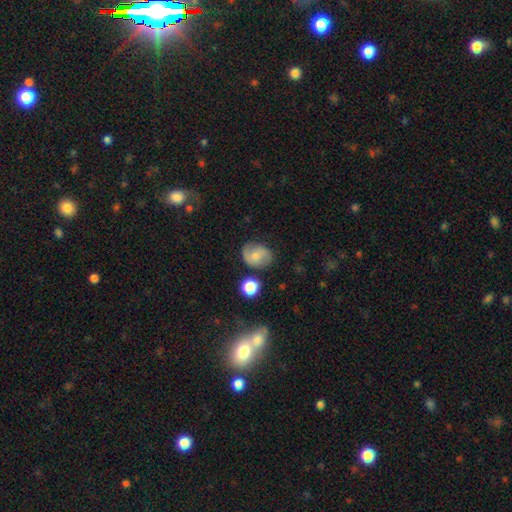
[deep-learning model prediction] Smooth or featured: smooth — 55% (featured or disk — 35%)
How rounded: round — 52% (in between — 47%)
Merging: none — 69% (minor disturbance — 21%)